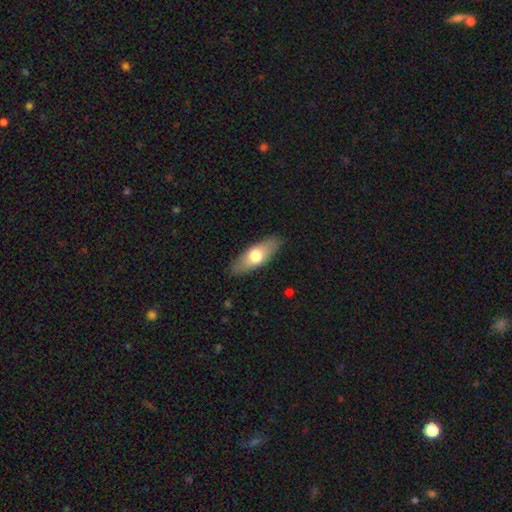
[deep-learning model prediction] smooth-or-featured: smooth: 63% | featured or disk: 31% | star or artifact: 6%
  how-rounded: in between: 66% | cigar-shaped: 31% | round: 3%
  merging: none: 87% | minor disturbance: 10% | major disturbance: 2% | merger: 1%